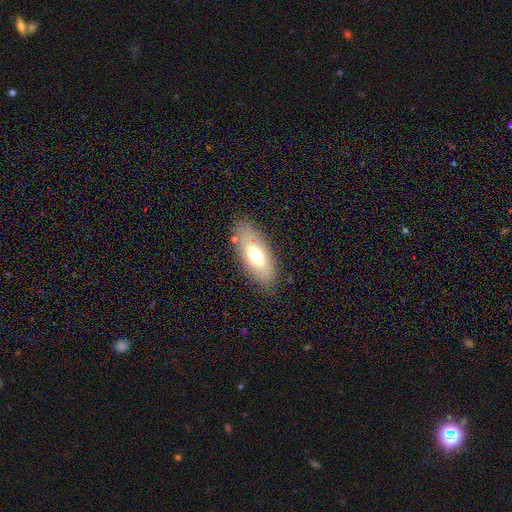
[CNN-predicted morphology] A smooth galaxy with no disk features (62%) that is in between round and cigar-shaped (82%).

Vote fractions:
- Smooth or featured? smooth: 62% / featured or disk: 29% / star or artifact: 9%
- How rounded? in between: 82% / cigar-shaped: 14% / round: 3%
- Merging? none: 81% / minor disturbance: 12% / major disturbance: 4% / merger: 2%